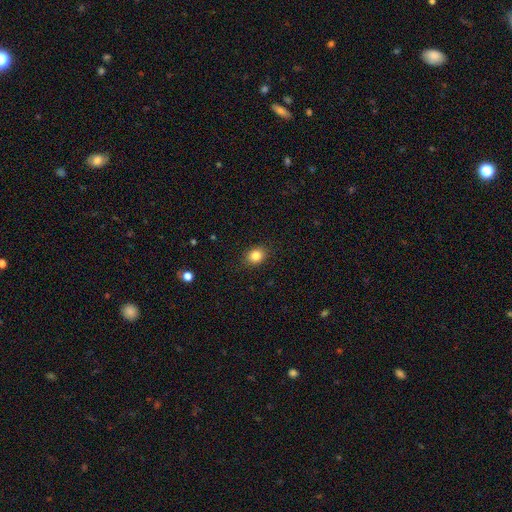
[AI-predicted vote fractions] Smooth or featured? smooth (84%)
How rounded? round (56%)
Merging? none (88%)